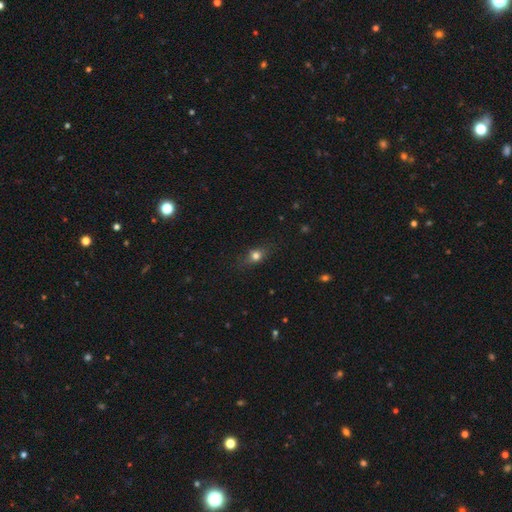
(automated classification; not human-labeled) This appears to be a smooth galaxy with no disk features (71%) that is in between round and cigar-shaped (51%). Merging: none (76%).